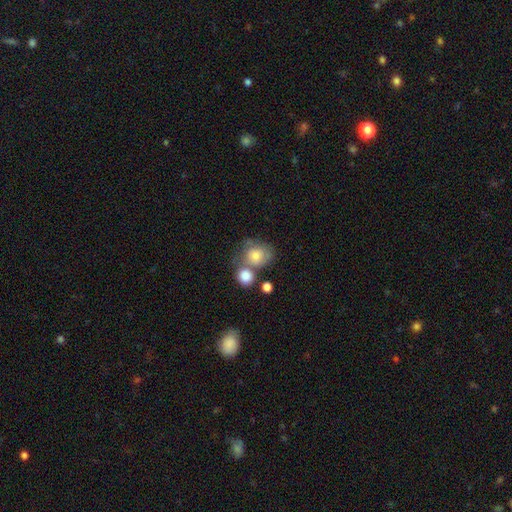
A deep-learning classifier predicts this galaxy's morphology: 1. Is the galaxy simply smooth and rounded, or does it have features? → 72% smooth, 21% featured or disk, 8% star or artifact.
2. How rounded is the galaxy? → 68% round, 31% in between, 1% cigar-shaped.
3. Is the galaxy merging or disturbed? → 40% merger, 35% none, 16% minor disturbance, 10% major disturbance.